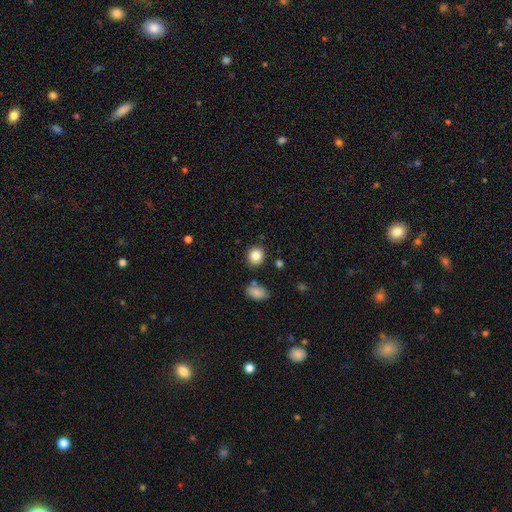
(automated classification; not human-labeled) Morphology: type=smooth (85%); roundness=round (80%); merging=none (84%).